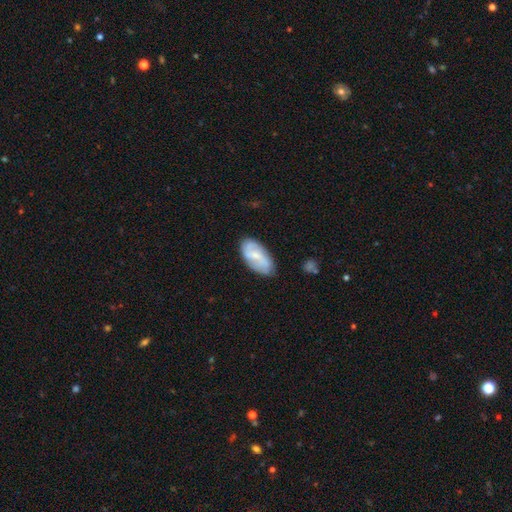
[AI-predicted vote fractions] smooth-or-featured: featured or disk: 56% | smooth: 38% | star or artifact: 6%
  disk-edge-on: no: 95% | yes: 5%
    bar: weak: 51% | no: 35% | strong: 14%
    has-spiral-arms: yes: 86% | no: 14%
    bulge-size: small: 56% | moderate: 31% | none: 10% | large: 2% | dominant: 1%
  merging: none: 76% | minor disturbance: 19% | major disturbance: 4% | merger: 2%